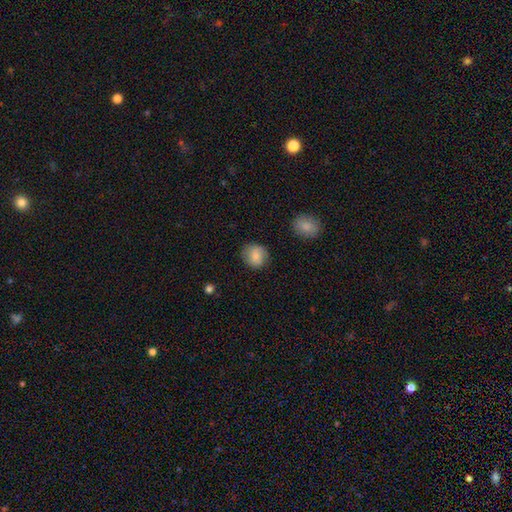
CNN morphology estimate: smooth_or_featured: smooth (p=0.82) [alt: featured or disk p=0.10]
how_rounded: round (p=0.81) [alt: in between p=0.18]
merging: none (p=0.81) [alt: minor disturbance p=0.14]